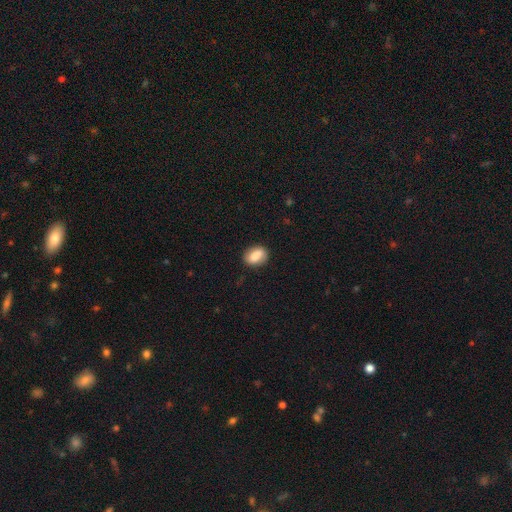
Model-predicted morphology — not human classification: Smooth or featured? Predicted: smooth (p=0.80). How rounded? Predicted: in between (p=0.76). Merging? Predicted: none (p=0.84).